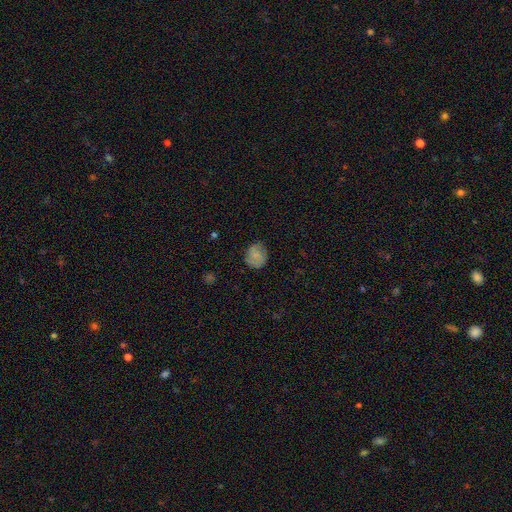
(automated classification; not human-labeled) Smooth or featured? Predicted: smooth (p=0.70). How rounded? Predicted: round (p=0.71). Merging? Predicted: none (p=0.74).